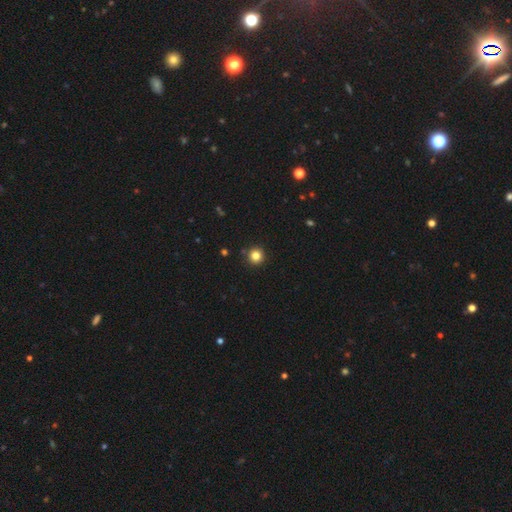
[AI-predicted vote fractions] Q: Smooth or featured?
A: smooth (82%); runner-up: star or artifact (13%)
Q: How rounded?
A: round (95%); runner-up: in between (4%)
Q: Merging?
A: none (91%); runner-up: minor disturbance (5%)